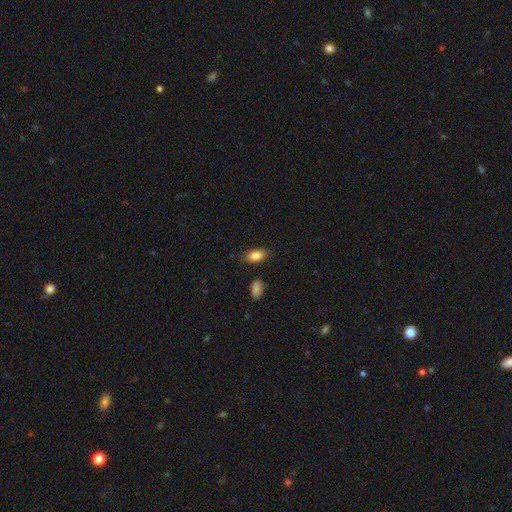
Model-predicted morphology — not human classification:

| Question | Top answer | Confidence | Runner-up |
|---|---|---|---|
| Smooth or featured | smooth | 86% | star or artifact (8%) |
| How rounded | in between | 90% | round (6%) |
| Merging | none | 82% | minor disturbance (13%) |